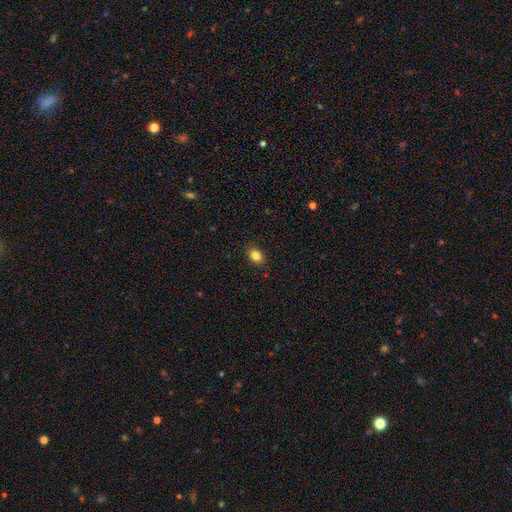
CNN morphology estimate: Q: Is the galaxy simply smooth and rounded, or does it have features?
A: smooth — 84%.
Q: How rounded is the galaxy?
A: in between — 69%.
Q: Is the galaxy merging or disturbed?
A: none — 88%.